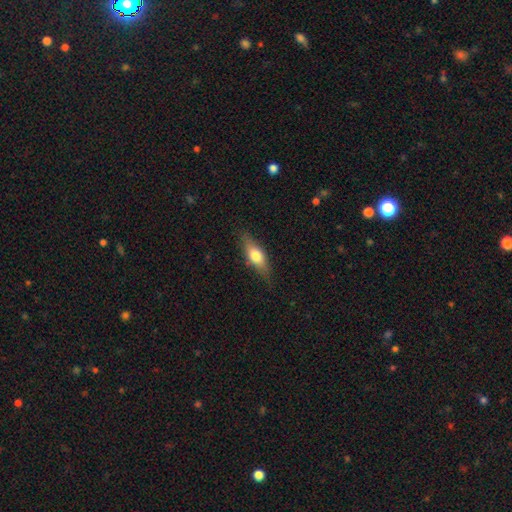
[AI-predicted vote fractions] Smooth or featured? Predicted: smooth (p=0.61). How rounded? Predicted: in between (p=0.60). Merging? Predicted: none (p=0.80).